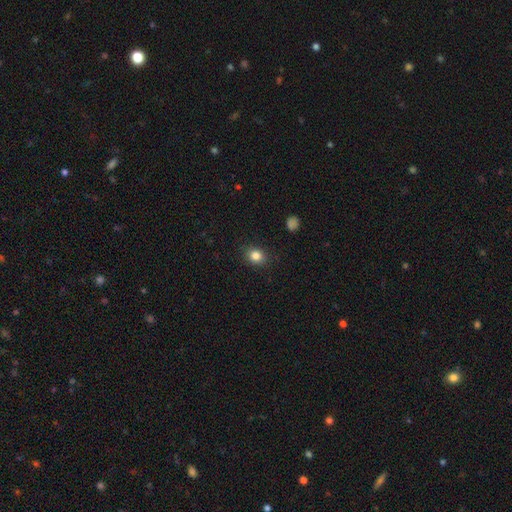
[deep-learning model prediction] smooth_or_featured: smooth (p=0.84) [alt: star or artifact p=0.11]
how_rounded: round (p=0.57) [alt: in between p=0.42]
merging: none (p=0.87) [alt: minor disturbance p=0.09]